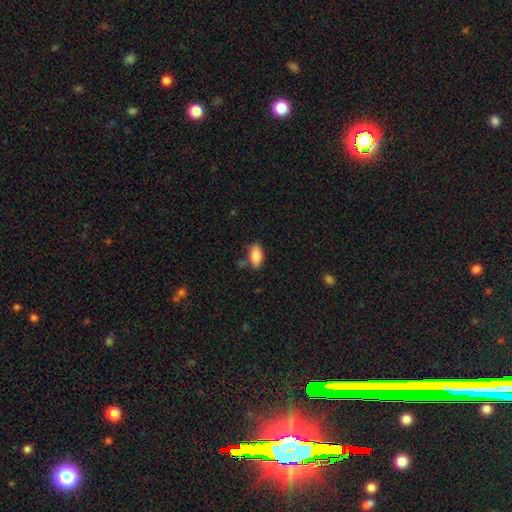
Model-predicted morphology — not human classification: type=smooth (85%); roundness=in between (91%); merging=none (75%).